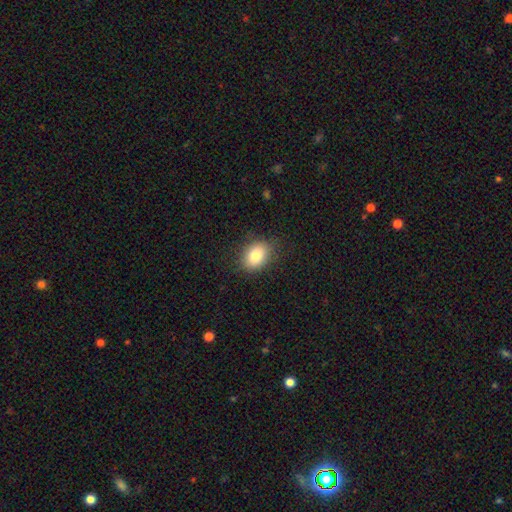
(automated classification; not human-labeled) smooth 82%, star or artifact 9%, featured or disk 9%. Down the decision tree: how rounded — in between (74%); merging — none (83%).